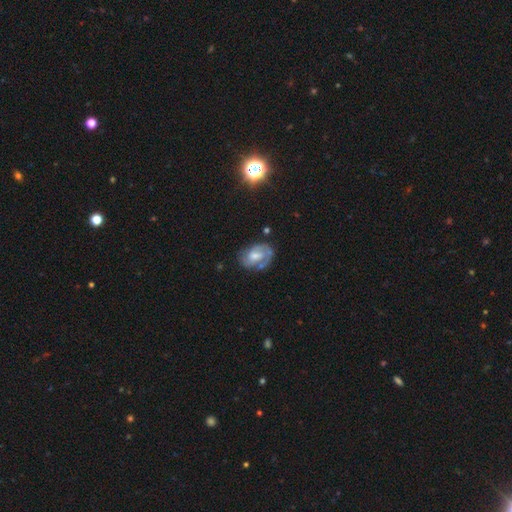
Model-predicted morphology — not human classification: type=featured or disk (67%); edge-on=no (97%); bar=weak (47%); spiral arms=yes (81%); winding=tight (46%); arm count=2 (54%); bulge=moderate (44%); merging=none (61%).